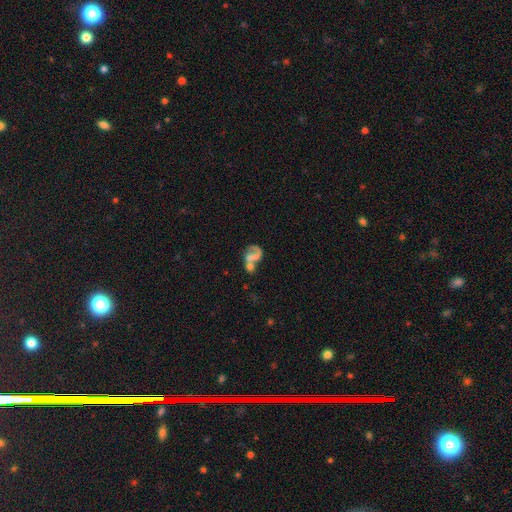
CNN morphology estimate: This appears to be a featured or disk galaxy (55%) with no bar (65%), spiral arms (58%) and no central bulge (56%). Merging: merger (50%).